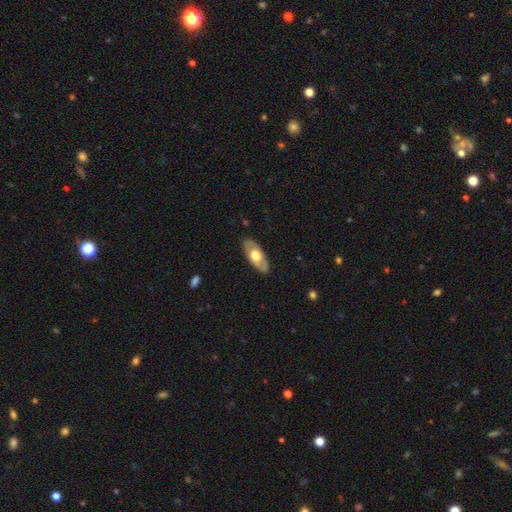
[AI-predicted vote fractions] This appears to be a featured or disk galaxy (50%). Merging: none (85%).